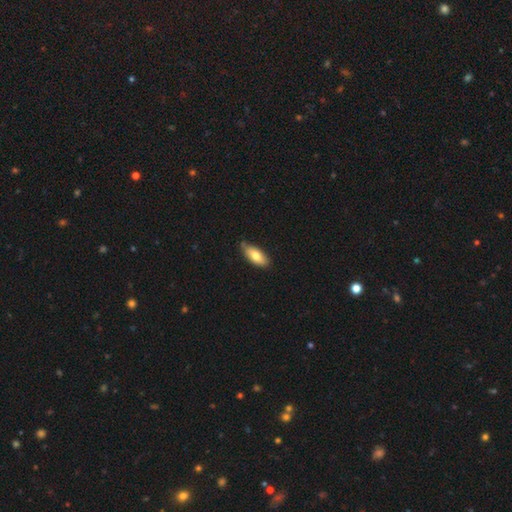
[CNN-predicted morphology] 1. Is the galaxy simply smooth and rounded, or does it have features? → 75% smooth, 19% featured or disk, 6% star or artifact.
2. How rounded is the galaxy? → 84% in between, 14% cigar-shaped, 2% round.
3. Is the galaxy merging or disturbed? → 79% none, 17% minor disturbance, 2% major disturbance, 2% merger.